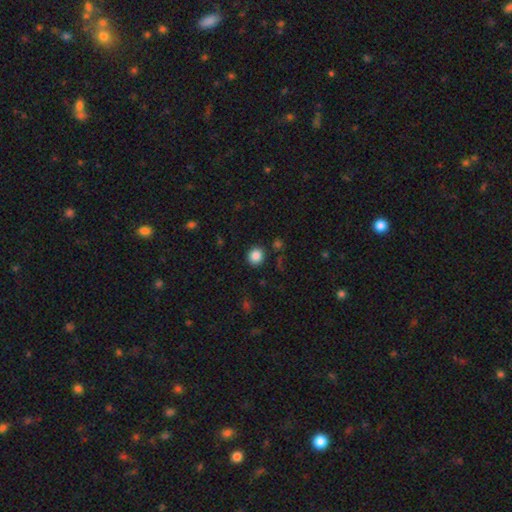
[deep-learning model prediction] A smooth galaxy with no disk features (85%) that is round (88%).

Vote fractions:
- Smooth or featured? smooth: 85% / star or artifact: 11% / featured or disk: 4%
- How rounded? round: 88% / in between: 11% / cigar-shaped: 1%
- Merging? none: 89% / minor disturbance: 6% / merger: 3% / major disturbance: 2%